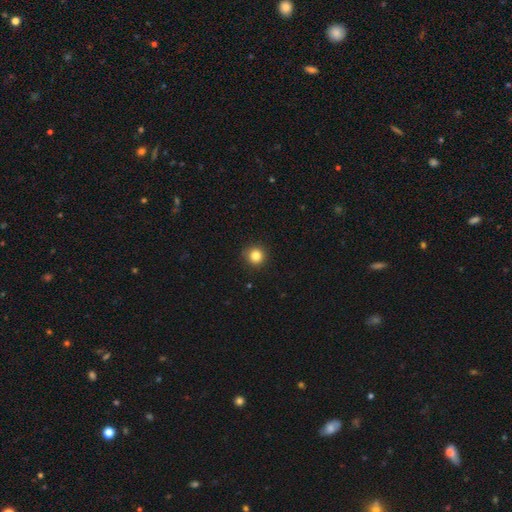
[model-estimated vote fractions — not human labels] Q: Smooth or featured?
A: smooth (84%); runner-up: star or artifact (12%)
Q: How rounded?
A: round (94%); runner-up: in between (5%)
Q: Merging?
A: none (90%); runner-up: minor disturbance (7%)